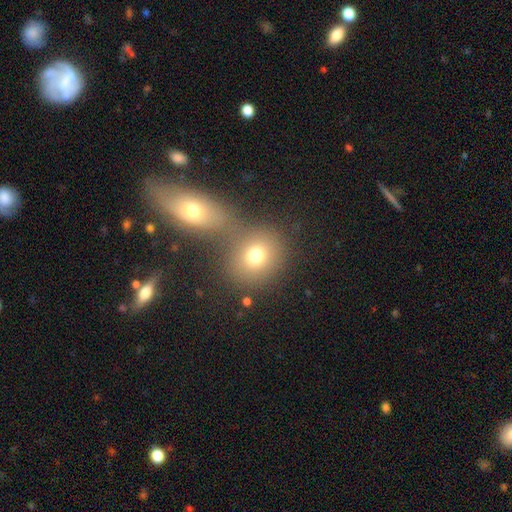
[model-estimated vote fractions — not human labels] A smooth galaxy with no disk features (74%) that is round (77%). Merging: none (50%).